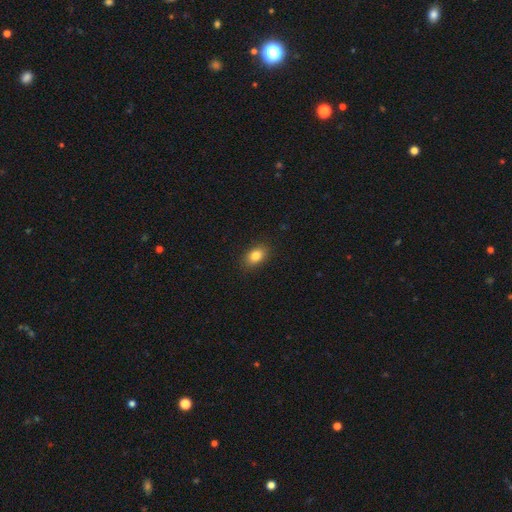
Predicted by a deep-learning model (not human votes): Smooth or featured? smooth (84%)
How rounded? in between (84%)
Merging? none (88%)